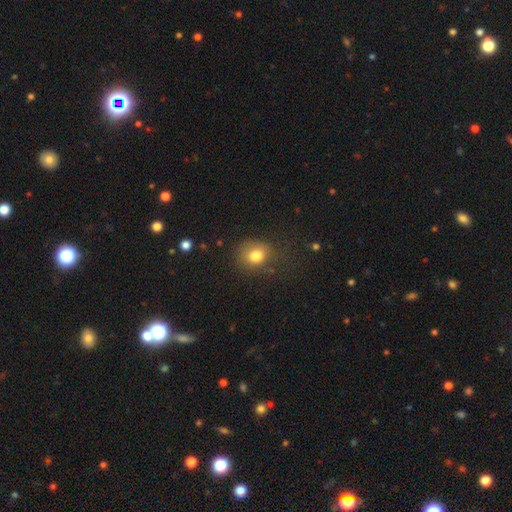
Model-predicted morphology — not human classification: Q: Smooth or featured?
A: smooth (79%); runner-up: star or artifact (11%)
Q: How rounded?
A: round (66%); runner-up: in between (33%)
Q: Merging?
A: none (66%); runner-up: minor disturbance (21%)